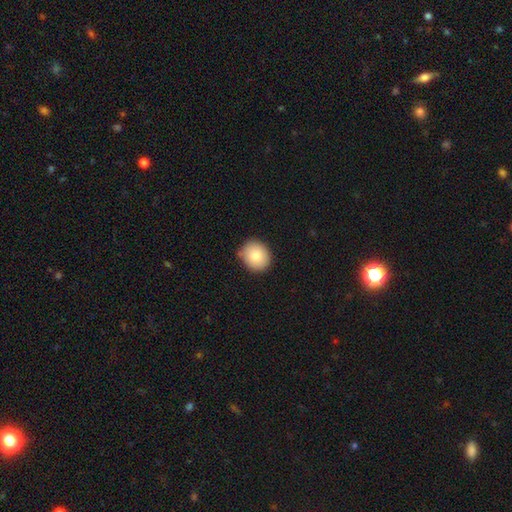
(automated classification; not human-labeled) Overall: smooth (83%). How rounded: round (73%). Merging: none (82%).